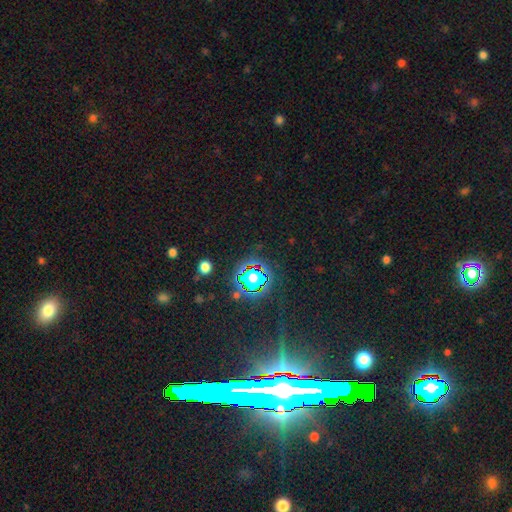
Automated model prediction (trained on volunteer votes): Smooth or featured? Predicted: star or artifact (p=0.80).